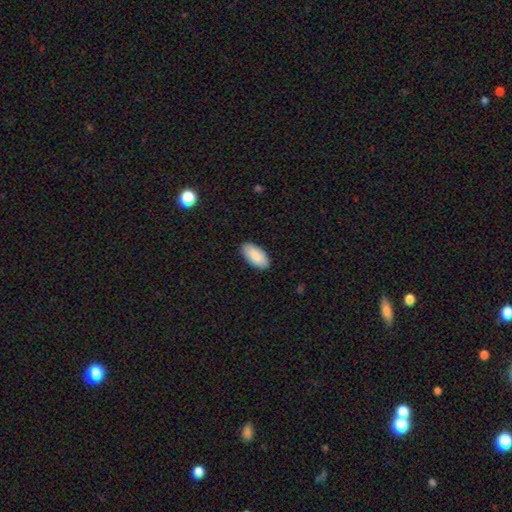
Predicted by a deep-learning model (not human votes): A smooth galaxy with no disk features (90%) that is in between round and cigar-shaped (94%). Merging: none (89%).